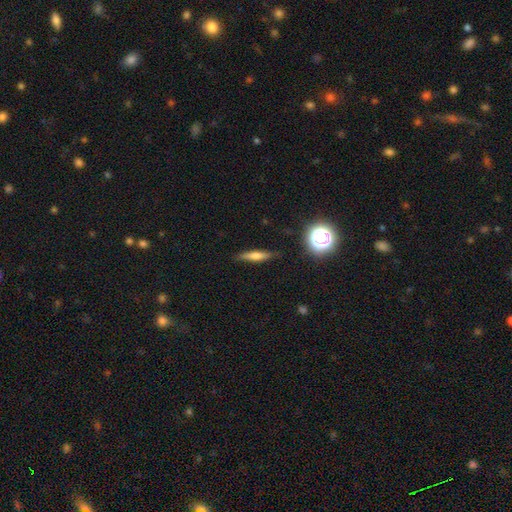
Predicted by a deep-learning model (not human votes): Q: Smooth or featured?
A: smooth (57%); runner-up: featured or disk (33%)
Q: How rounded?
A: cigar-shaped (80%); runner-up: in between (16%)
Q: Merging?
A: none (84%); runner-up: minor disturbance (12%)